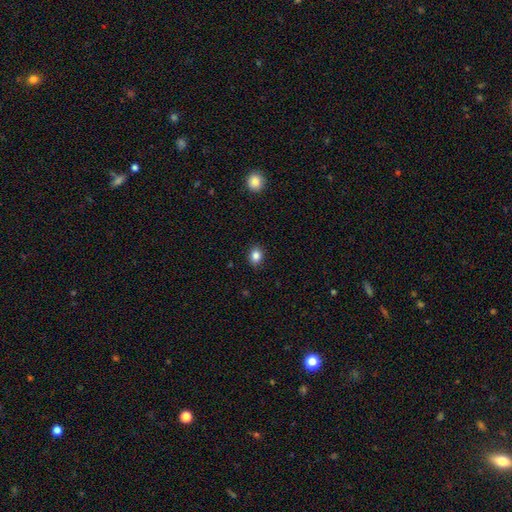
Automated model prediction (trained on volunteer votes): Smooth or featured?
  - smooth: 85% *
  - star or artifact: 10%
  - featured or disk: 5%
How rounded?
  - in between: 55% *
  - round: 44%
  - cigar-shaped: 1%
Merging?
  - none: 89% *
  - minor disturbance: 8%
  - major disturbance: 2%
  - merger: 1%